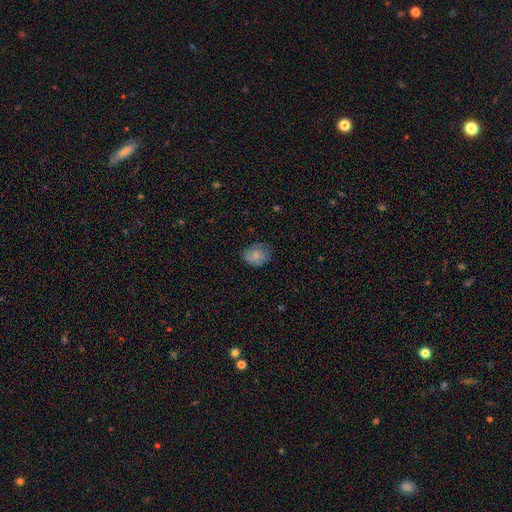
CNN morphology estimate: Smooth or featured: smooth — 76% (featured or disk — 15%)
How rounded: in between — 55% (round — 44%)
Merging: none — 65% (minor disturbance — 27%)